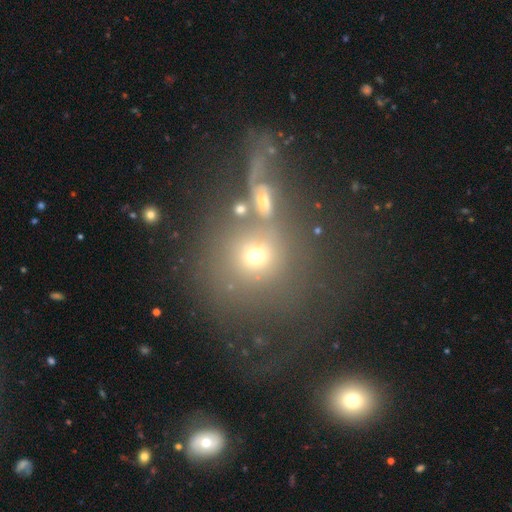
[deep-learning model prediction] The model was most divided on "merging": none: 49%, merger: 29%, minor disturbance: 12%, major disturbance: 10%. More confident: how rounded — round (83%); smooth or featured — smooth (64%).